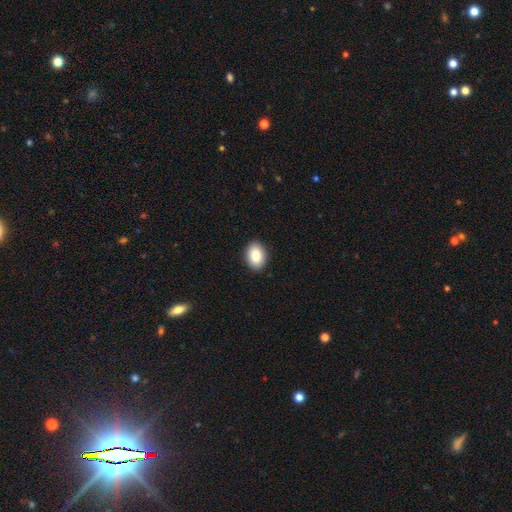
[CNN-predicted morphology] This is clearly a smooth galaxy (87%). How rounded: likely in between (78%). Merging: clearly none (90%).